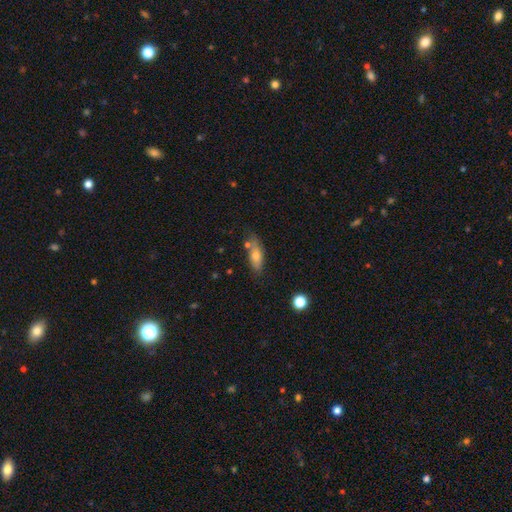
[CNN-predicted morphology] type=smooth (63%); roundness=in between (55%); merging=none (71%).